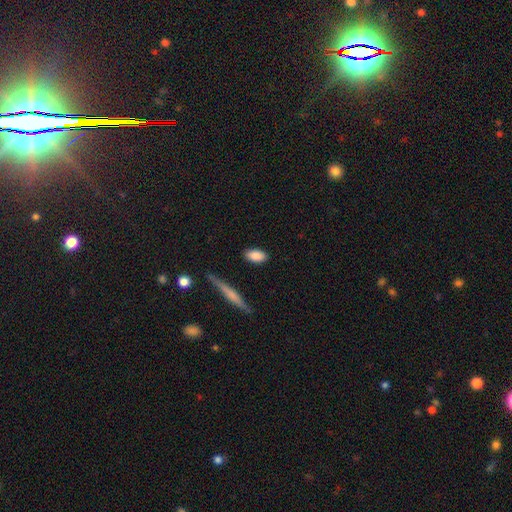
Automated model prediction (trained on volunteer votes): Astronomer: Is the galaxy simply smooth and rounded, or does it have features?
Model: smooth — 87%.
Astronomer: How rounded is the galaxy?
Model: in between — 90%.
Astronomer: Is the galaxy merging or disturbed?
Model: none — 86%.